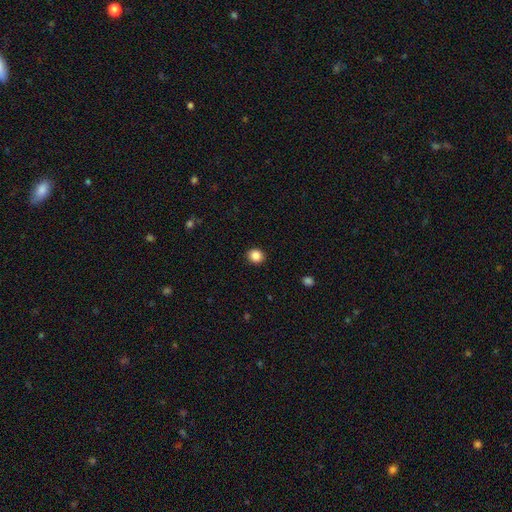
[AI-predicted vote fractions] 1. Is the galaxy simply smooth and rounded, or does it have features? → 86% smooth, 10% star or artifact, 4% featured or disk.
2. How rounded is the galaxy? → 83% round, 16% in between, 1% cigar-shaped.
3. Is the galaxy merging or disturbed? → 92% none, 6% minor disturbance, 2% major disturbance, 1% merger.